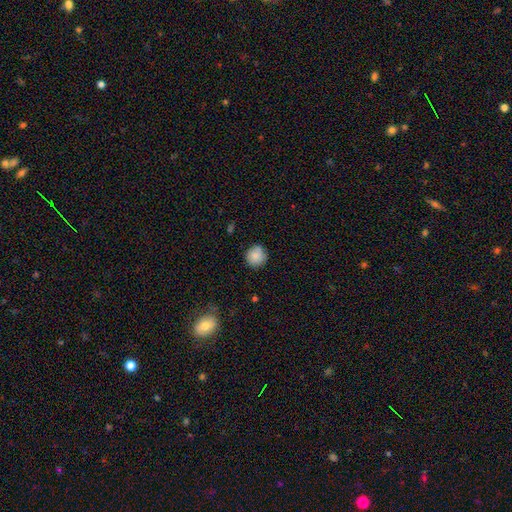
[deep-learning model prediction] The model was most divided on "merging": none: 80%, minor disturbance: 14%, merger: 3%, major disturbance: 3%. More confident: how rounded — round (92%); smooth or featured — smooth (83%).